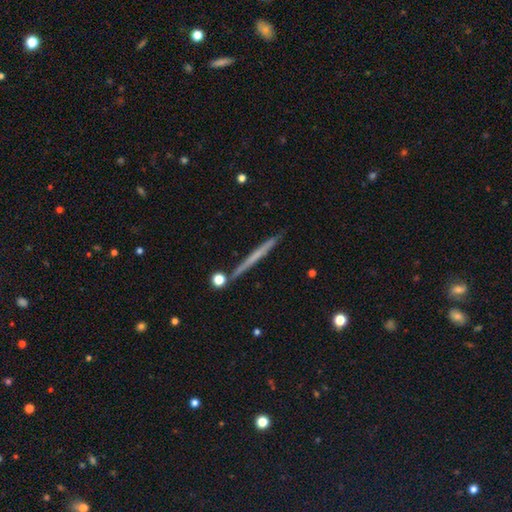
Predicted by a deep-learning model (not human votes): This is possibly a featured or disk galaxy (52%). It is clearly viewed edge-on (97%). Edge-on bulge: clearly none (89%). Merging: clearly none (88%).